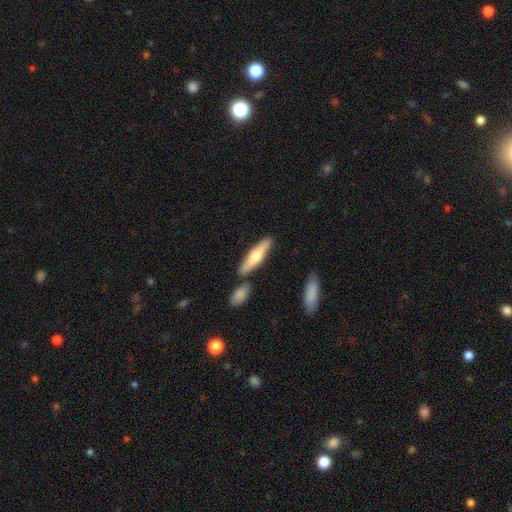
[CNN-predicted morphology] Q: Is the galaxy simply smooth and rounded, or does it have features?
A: smooth — 52%.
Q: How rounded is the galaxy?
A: cigar-shaped — 73%.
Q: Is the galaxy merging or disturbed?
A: none — 78%.